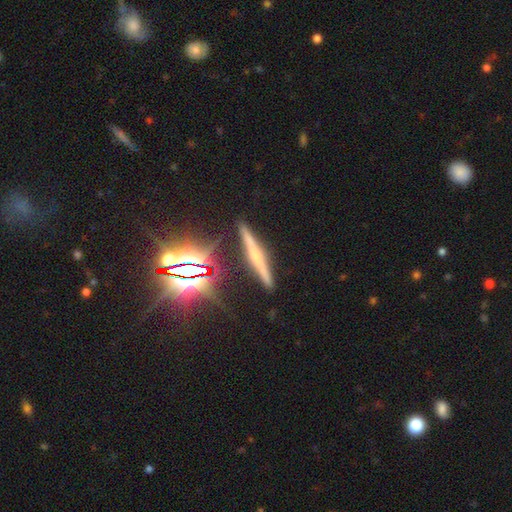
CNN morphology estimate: Overall: featured or disk (49%; smooth 28%). Merging: none (88%).